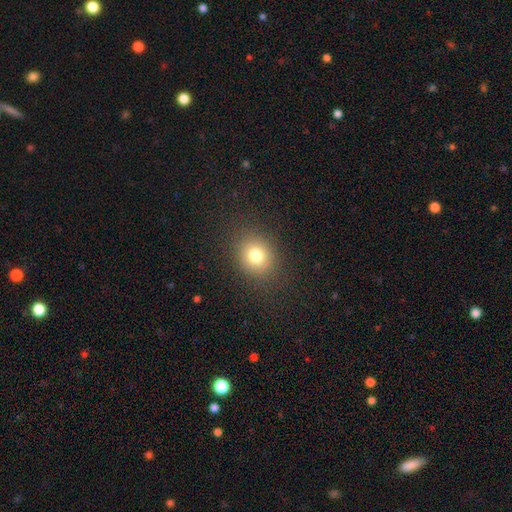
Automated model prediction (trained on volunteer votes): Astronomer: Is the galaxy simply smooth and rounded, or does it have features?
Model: smooth — 76%.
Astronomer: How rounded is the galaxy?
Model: round — 73%.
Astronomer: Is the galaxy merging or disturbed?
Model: none — 86%.